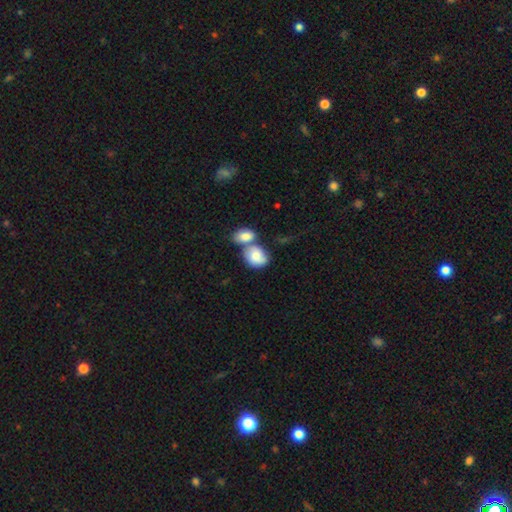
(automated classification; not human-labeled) Q: Smooth or featured?
A: smooth (73%); runner-up: featured or disk (21%)
Q: How rounded?
A: in between (58%); runner-up: round (41%)
Q: Merging?
A: merger (57%); runner-up: none (27%)